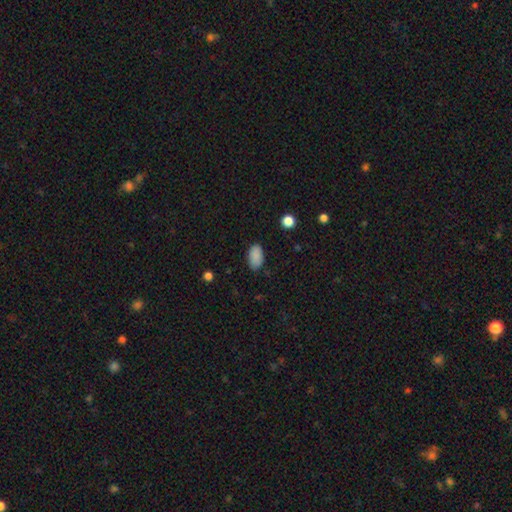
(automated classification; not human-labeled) smooth_or_featured: smooth (p=0.88) [alt: star or artifact p=0.08]
how_rounded: in between (p=0.94) [alt: round p=0.04]
merging: none (p=0.83) [alt: minor disturbance p=0.13]